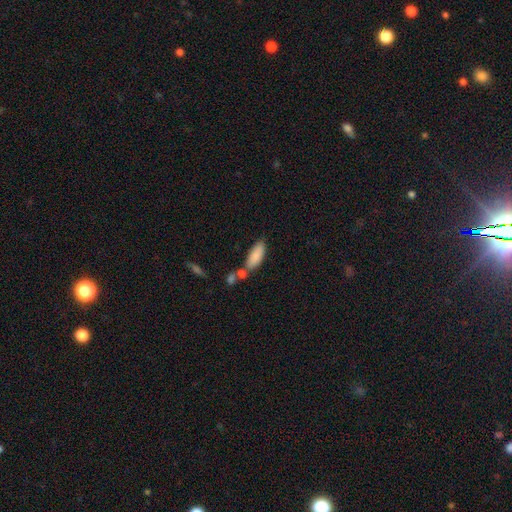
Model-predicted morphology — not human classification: Smooth or featured: smooth — 85% (featured or disk — 8%)
How rounded: in between — 71% (cigar-shaped — 27%)
Merging: none — 56% (merger — 21%)